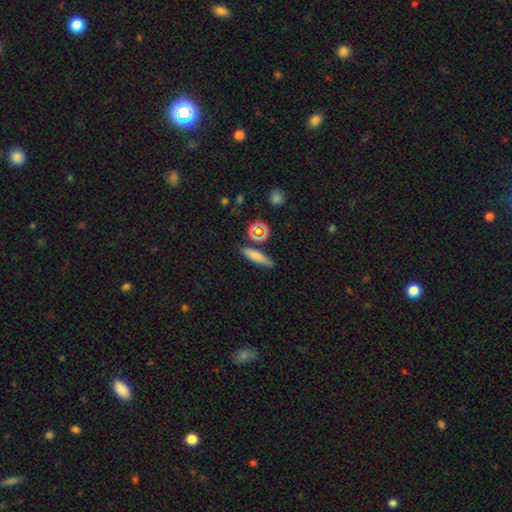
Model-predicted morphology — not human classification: smooth 75%, featured or disk 14%, star or artifact 11%. Down the decision tree: how rounded — cigar-shaped (72%); merging — none (82%).